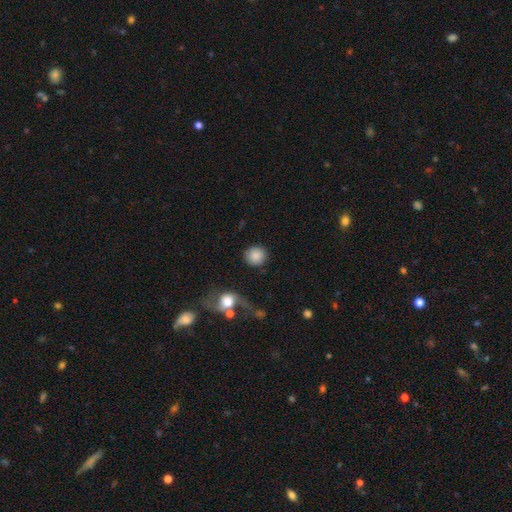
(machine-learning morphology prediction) Smooth or featured?
  - smooth: 85% *
  - star or artifact: 8%
  - featured or disk: 8%
How rounded?
  - round: 91% *
  - in between: 8%
  - cigar-shaped: 1%
Merging?
  - none: 84% *
  - minor disturbance: 8%
  - major disturbance: 5%
  - merger: 3%